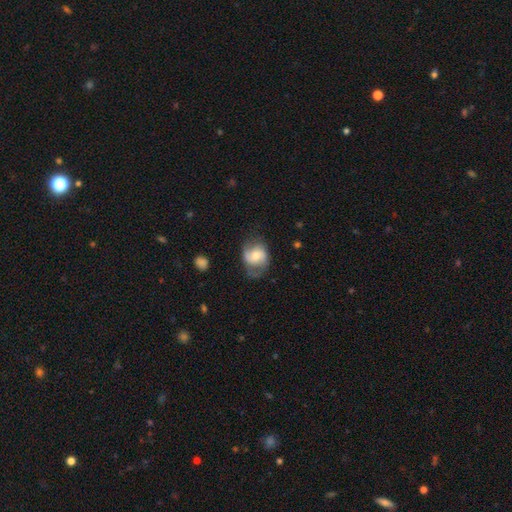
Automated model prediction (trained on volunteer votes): Smooth or featured? Predicted: featured or disk (p=0.59). Edge-on disk? Predicted: no (p=0.97). Bar? Predicted: no (p=0.59). Spiral arms? Predicted: yes (p=0.85). Bulge size? Predicted: moderate (p=0.61). Merging? Predicted: none (p=0.55).